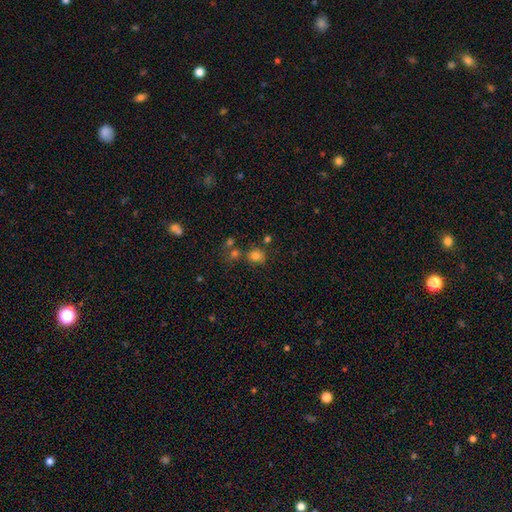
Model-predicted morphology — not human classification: A smooth galaxy with no disk features (77%) that is round (67%). Merging: none (65%).